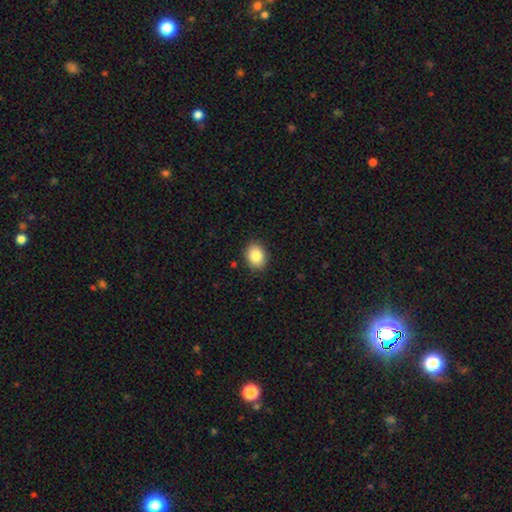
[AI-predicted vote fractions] Smooth or featured? smooth (86%)
How rounded? in between (59%)
Merging? none (88%)